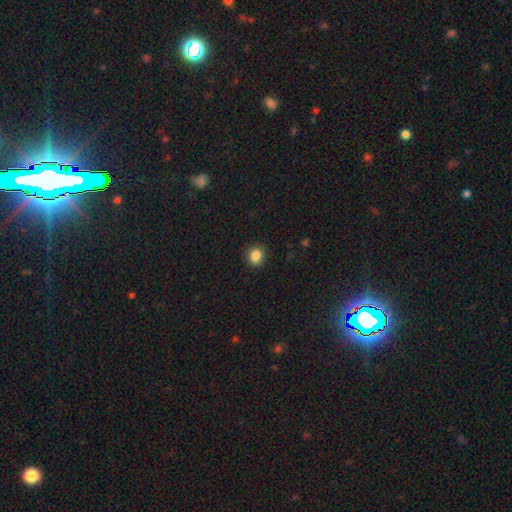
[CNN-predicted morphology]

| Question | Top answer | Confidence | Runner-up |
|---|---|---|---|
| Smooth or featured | smooth | 86% | star or artifact (10%) |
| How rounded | round | 73% | in between (26%) |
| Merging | none | 89% | minor disturbance (8%) |